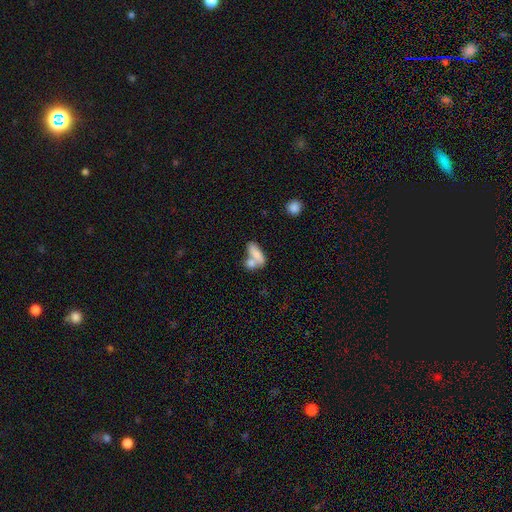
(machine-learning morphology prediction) Smooth or featured?
  - smooth: 77% *
  - featured or disk: 16%
  - star or artifact: 8%
How rounded?
  - in between: 74% *
  - cigar-shaped: 20%
  - round: 6%
Merging?
  - merger: 57% *
  - none: 27%
  - minor disturbance: 10%
  - major disturbance: 6%